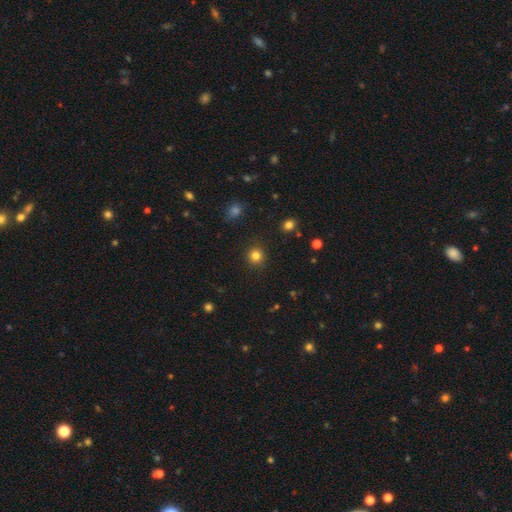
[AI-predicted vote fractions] Smooth or featured? smooth (82%)
How rounded? round (93%)
Merging? none (91%)